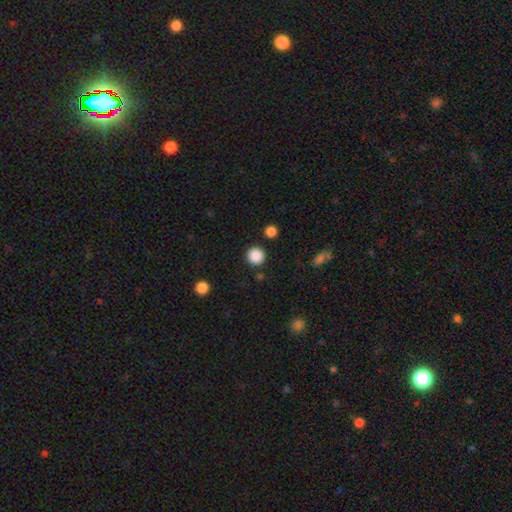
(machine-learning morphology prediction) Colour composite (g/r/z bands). It shows a smooth galaxy with no disk features (87%) that is round (94%). Merging: none (89%).